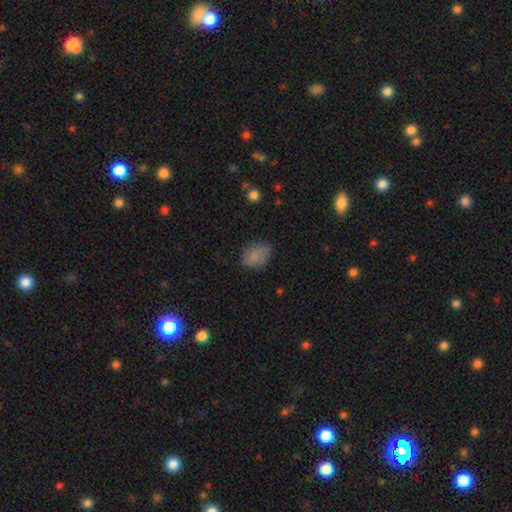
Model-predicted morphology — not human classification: The model was most divided on "how rounded": in between: 75%, round: 24%, cigar-shaped: 1%. More confident: smooth or featured — smooth (83%); merging — none (74%).